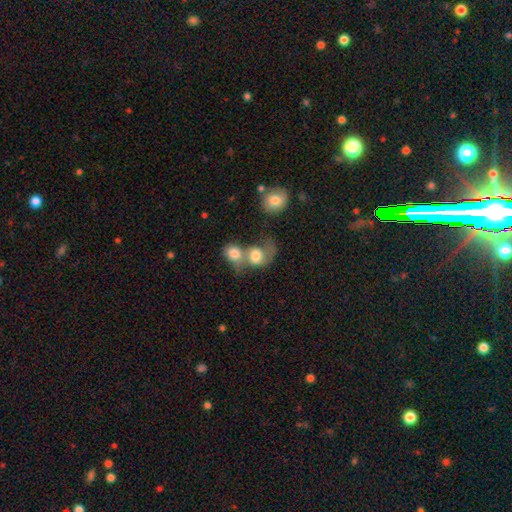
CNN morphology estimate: This appears to be a smooth galaxy with no disk features (65%) that is round (51%). Merging: merger (68%).